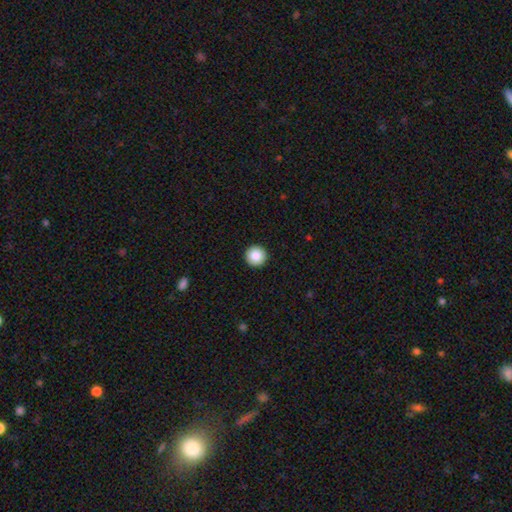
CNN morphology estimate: A smooth galaxy with no disk features (85%) that is round (97%).

Vote fractions:
- Smooth or featured? smooth: 85% / star or artifact: 9% / featured or disk: 6%
- How rounded? round: 97% / in between: 2% / cigar-shaped: 1%
- Merging? none: 94% / minor disturbance: 4% / major disturbance: 1% / merger: 1%